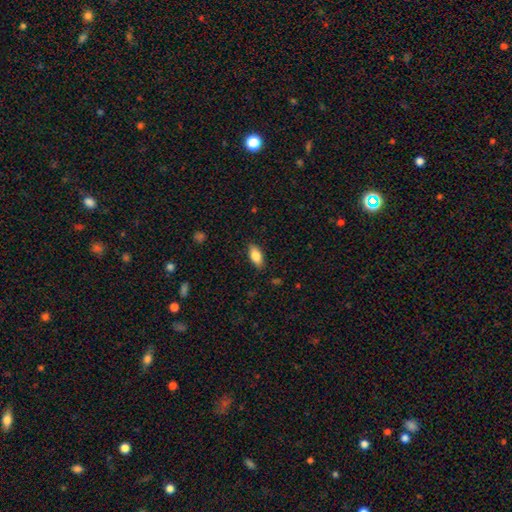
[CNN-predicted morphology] smooth 82%, featured or disk 11%, star or artifact 7%. Down the decision tree: how rounded — in between (86%); merging — none (86%).